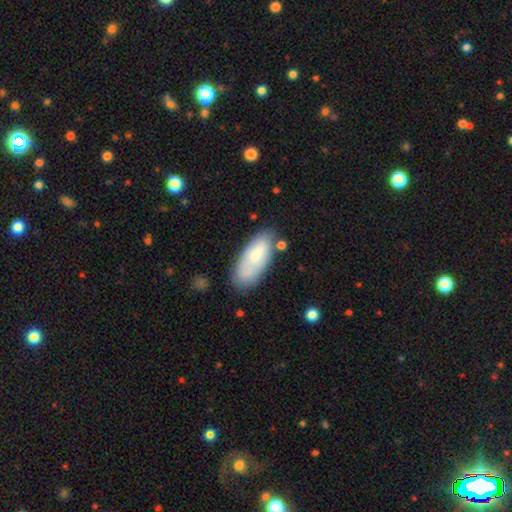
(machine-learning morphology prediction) This is likely a smooth galaxy (70%). How rounded: clearly in between (84%). Merging: likely none (65%).